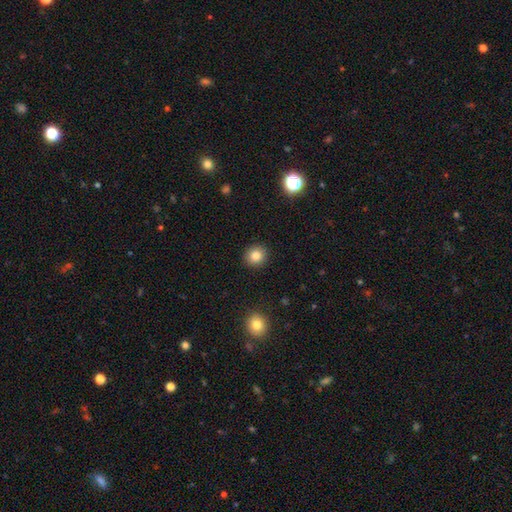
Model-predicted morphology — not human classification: A smooth galaxy with no disk features (83%) that is round (89%).

Vote fractions:
- Smooth or featured? smooth: 83% / star or artifact: 11% / featured or disk: 6%
- How rounded? round: 89% / in between: 10% / cigar-shaped: 1%
- Merging? none: 92% / minor disturbance: 5% / major disturbance: 2% / merger: 1%